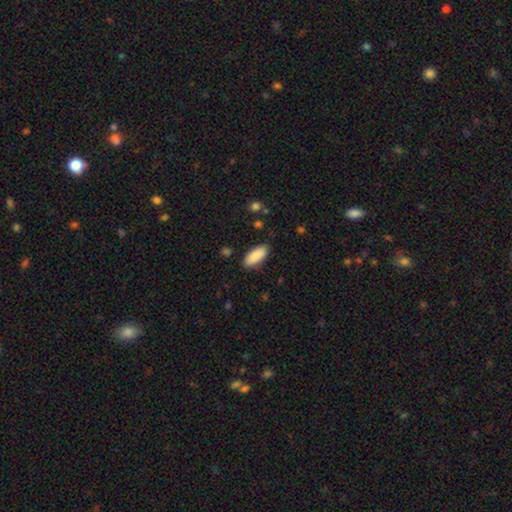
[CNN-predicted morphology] type=smooth (88%); roundness=in between (86%); merging=none (85%).